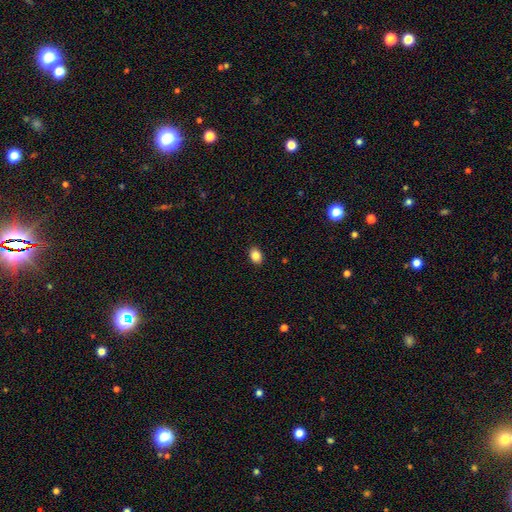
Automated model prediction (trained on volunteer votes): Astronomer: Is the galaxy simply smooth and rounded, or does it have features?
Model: smooth — 85%.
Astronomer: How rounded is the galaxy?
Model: in between — 69%.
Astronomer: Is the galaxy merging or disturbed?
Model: none — 90%.